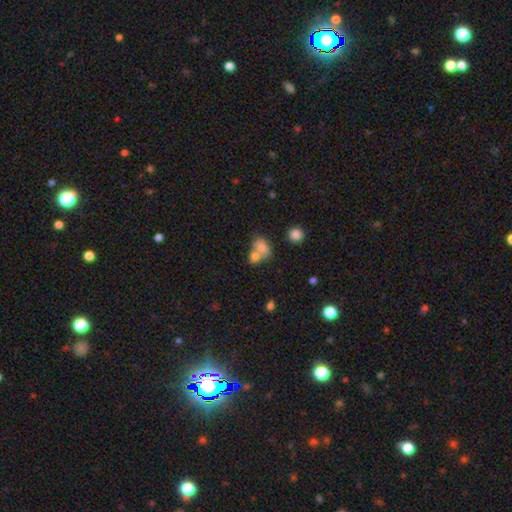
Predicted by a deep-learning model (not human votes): smooth-or-featured: smooth: 75% | featured or disk: 14% | star or artifact: 11%
  how-rounded: in between: 55% | round: 44% | cigar-shaped: 1%
  merging: merger: 62% | none: 26% | minor disturbance: 8% | major disturbance: 4%